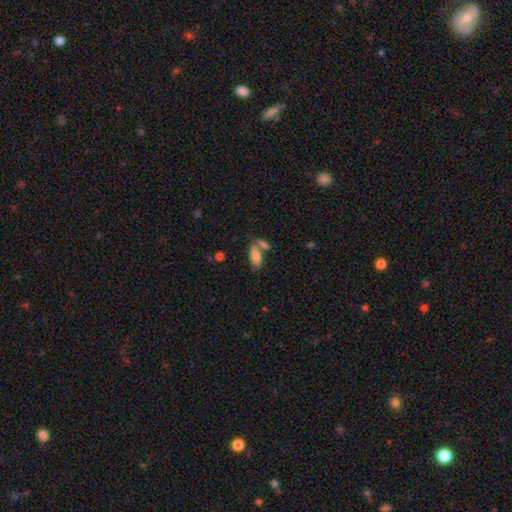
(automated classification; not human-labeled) Overall: smooth (81%). How rounded: in between (81%). Merging: none (52%; merger 31%).